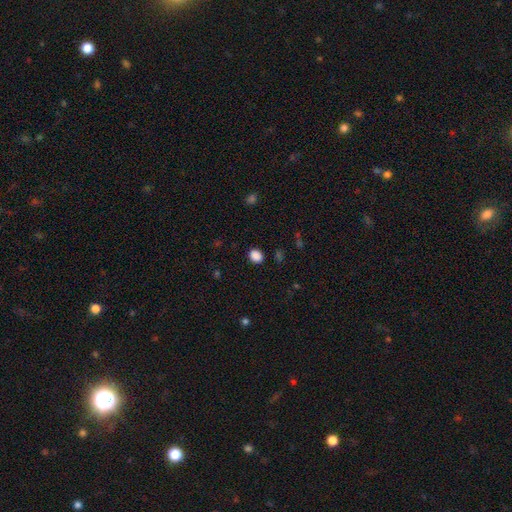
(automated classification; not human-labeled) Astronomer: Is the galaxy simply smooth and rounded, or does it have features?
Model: smooth — 87%.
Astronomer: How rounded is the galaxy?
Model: round — 55% (runner-up: in between, 44%).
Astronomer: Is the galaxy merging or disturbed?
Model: none — 89%.